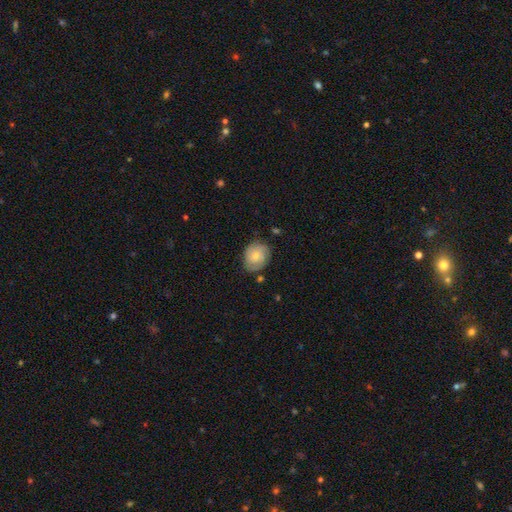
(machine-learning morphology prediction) A smooth galaxy with no disk features (58%) that is round (60%).

Vote fractions:
- Smooth or featured? smooth: 58% / featured or disk: 35% / star or artifact: 7%
- How rounded? round: 60% / in between: 39% / cigar-shaped: 1%
- Merging? none: 69% / minor disturbance: 23% / major disturbance: 6% / merger: 3%